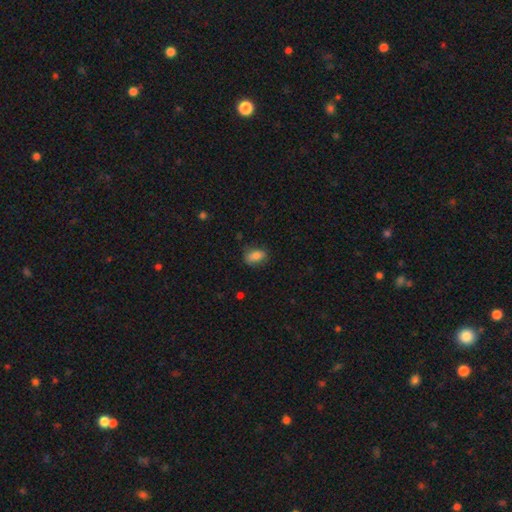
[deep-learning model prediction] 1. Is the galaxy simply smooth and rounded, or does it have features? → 84% smooth, 9% star or artifact, 8% featured or disk.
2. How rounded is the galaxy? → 84% in between, 12% round, 4% cigar-shaped.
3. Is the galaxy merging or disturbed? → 73% none, 21% minor disturbance, 5% major disturbance, 1% merger.